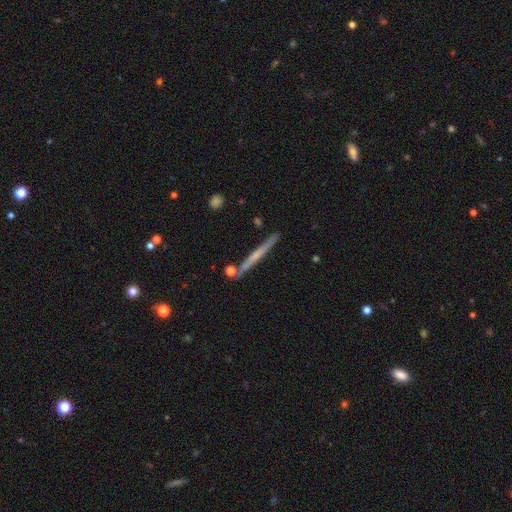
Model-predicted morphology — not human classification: Q: Smooth or featured?
A: featured or disk (58%); runner-up: smooth (36%)
Q: Edge-on disk?
A: yes (97%); runner-up: no (3%)
Q: Edge-on bulge?
A: none (62%); runner-up: rounded (31%)
Q: Merging?
A: none (85%); runner-up: minor disturbance (9%)